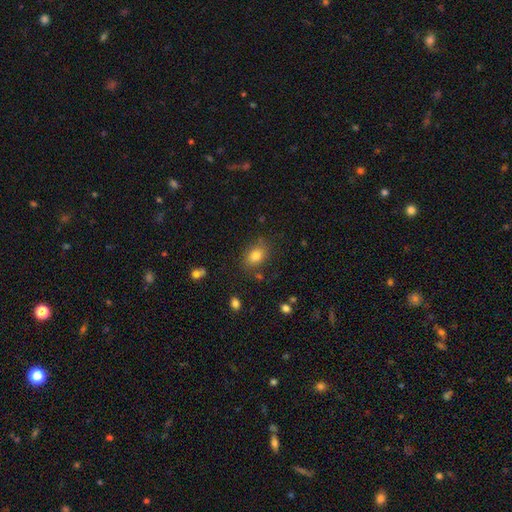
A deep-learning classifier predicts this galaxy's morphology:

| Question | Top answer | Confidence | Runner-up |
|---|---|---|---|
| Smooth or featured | smooth | 80% | star or artifact (11%) |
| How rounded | in between | 73% | round (26%) |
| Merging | none | 79% | minor disturbance (13%) |